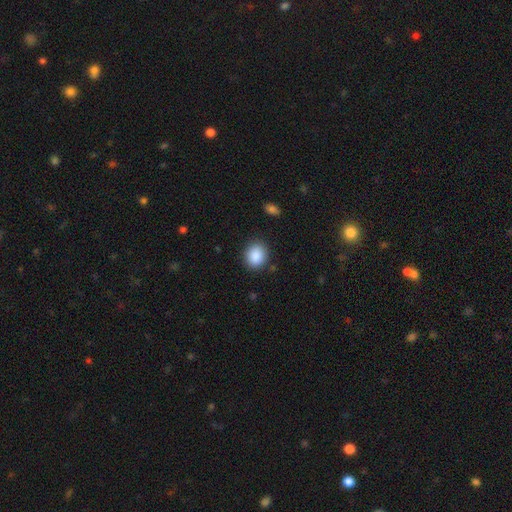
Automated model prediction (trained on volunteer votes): smooth_or_featured: smooth (p=0.89) [alt: star or artifact p=0.08]
how_rounded: round (p=0.62) [alt: in between p=0.37]
merging: none (p=0.86) [alt: minor disturbance p=0.10]